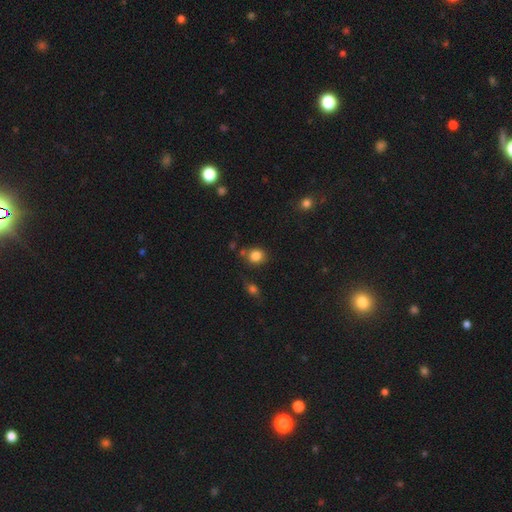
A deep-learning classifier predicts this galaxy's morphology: This appears to be a smooth galaxy with no disk features (83%) that is round (75%). Merging: none (74%).